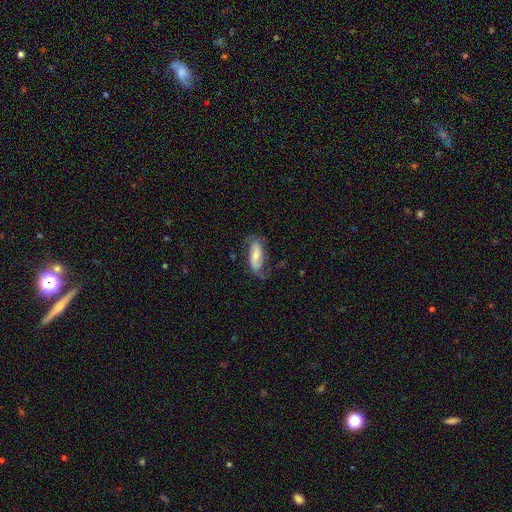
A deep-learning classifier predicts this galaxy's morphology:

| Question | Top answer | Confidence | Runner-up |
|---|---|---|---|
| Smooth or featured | featured or disk | 55% | smooth (39%) |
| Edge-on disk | no | 88% | yes (12%) |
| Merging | none | 51% | minor disturbance (27%) |